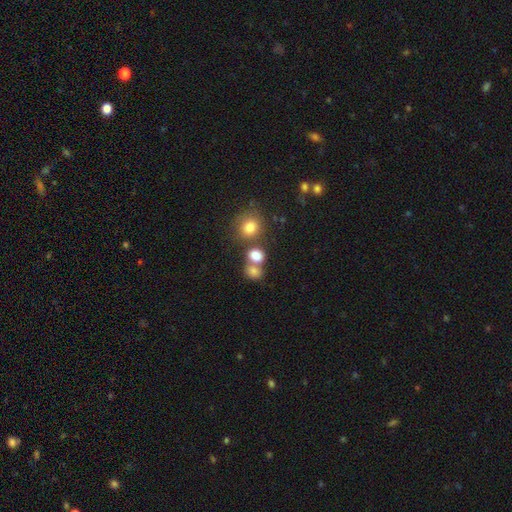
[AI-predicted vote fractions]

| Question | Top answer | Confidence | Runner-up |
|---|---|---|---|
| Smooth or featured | smooth | 79% | star or artifact (12%) |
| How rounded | round | 61% | in between (38%) |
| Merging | none | 45% | merger (41%) |